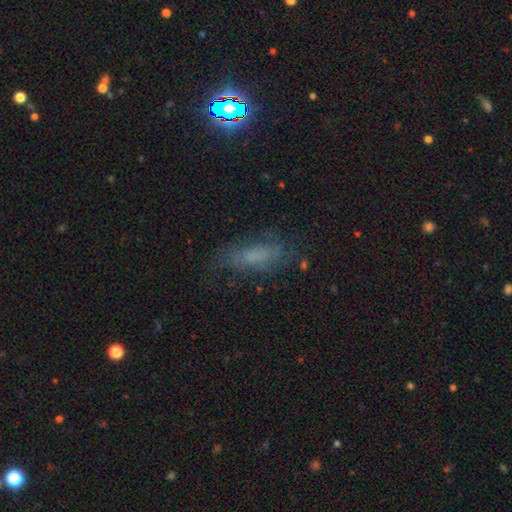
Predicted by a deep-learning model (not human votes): smooth-or-featured: smooth: 44% | featured or disk: 37% | star or artifact: 19%
  merging: none: 63% | minor disturbance: 22% | major disturbance: 13% | merger: 2%